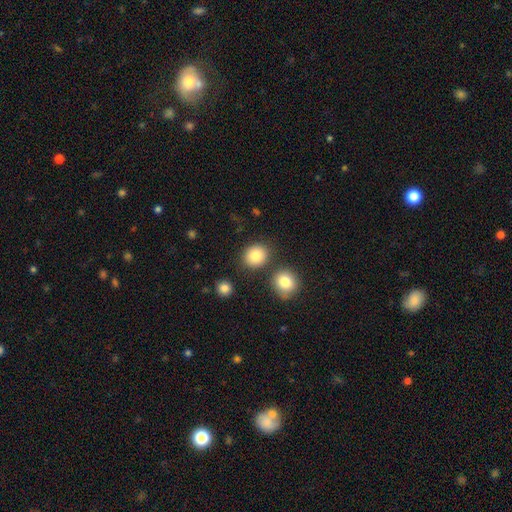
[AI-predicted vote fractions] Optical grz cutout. It shows a smooth galaxy with no disk features (84%) that is round (78%). Merging: none (80%).